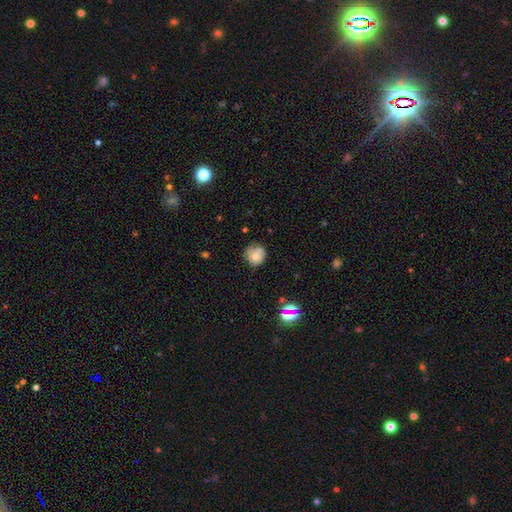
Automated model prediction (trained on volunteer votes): smooth-or-featured: smooth: 74% | featured or disk: 15% | star or artifact: 11%
  how-rounded: round: 87% | in between: 12% | cigar-shaped: 1%
  merging: none: 64% | minor disturbance: 24% | major disturbance: 6% | merger: 5%